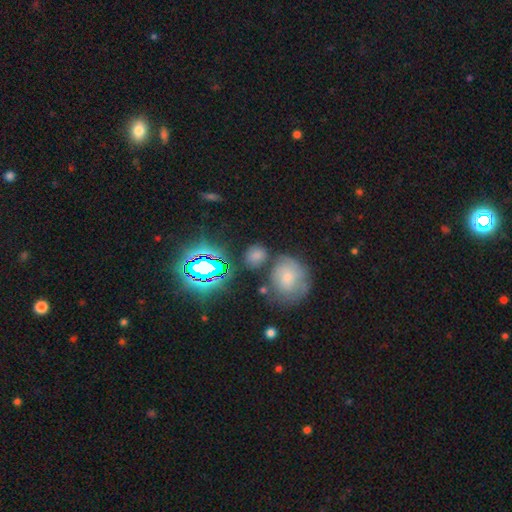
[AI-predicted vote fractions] The model was most divided on "how rounded": round: 66%, in between: 33%, cigar-shaped: 2%. More confident: merging — none (71%); smooth or featured — smooth (65%).